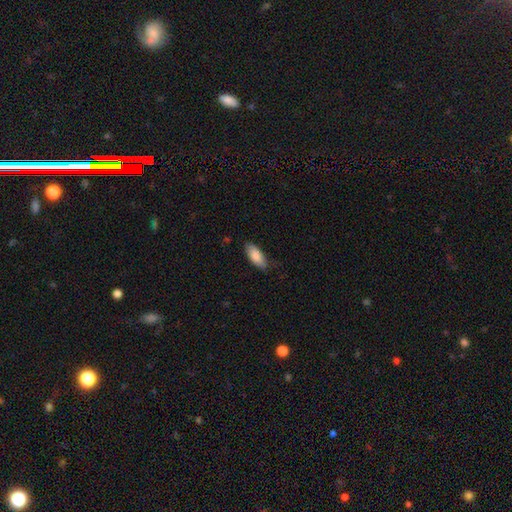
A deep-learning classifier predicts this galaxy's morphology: Smooth or featured? smooth (86%)
How rounded? in between (83%)
Merging? none (79%)